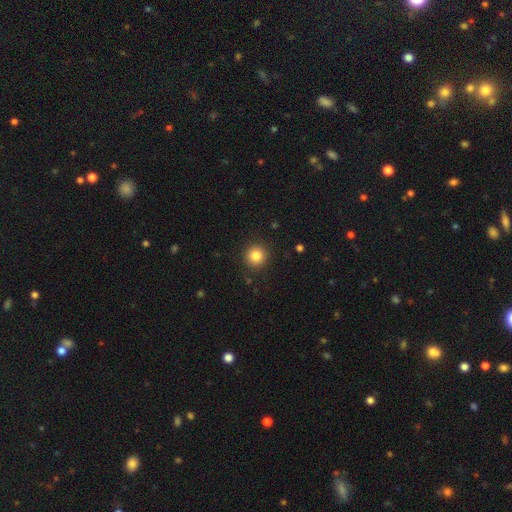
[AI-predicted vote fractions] The model was most divided on "smooth or featured": smooth: 84%, star or artifact: 11%, featured or disk: 5%. More confident: how rounded — round (94%); merging — none (91%).